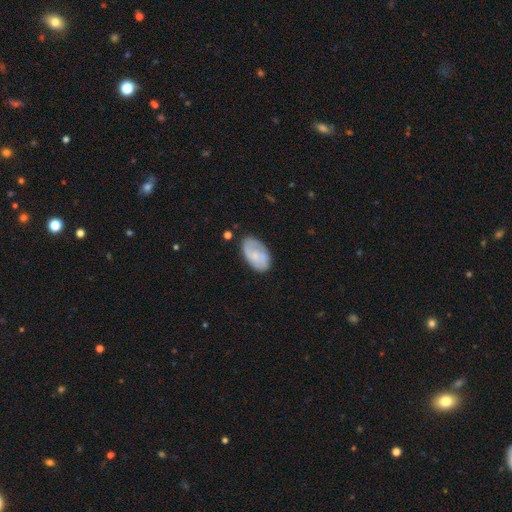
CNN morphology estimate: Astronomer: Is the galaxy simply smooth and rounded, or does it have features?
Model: smooth — 54% (runner-up: featured or disk, 39%).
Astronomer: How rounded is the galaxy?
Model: in between — 93%.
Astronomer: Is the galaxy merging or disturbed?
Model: none — 71%.